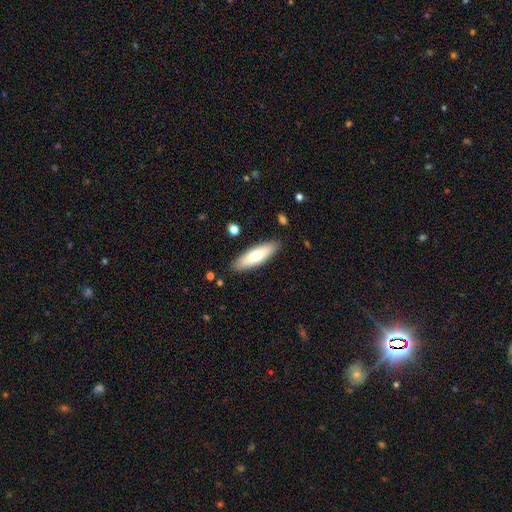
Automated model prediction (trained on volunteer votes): Smooth or featured: smooth — 72% (featured or disk — 23%)
How rounded: cigar-shaped — 54% (in between — 44%)
Merging: none — 88% (minor disturbance — 9%)